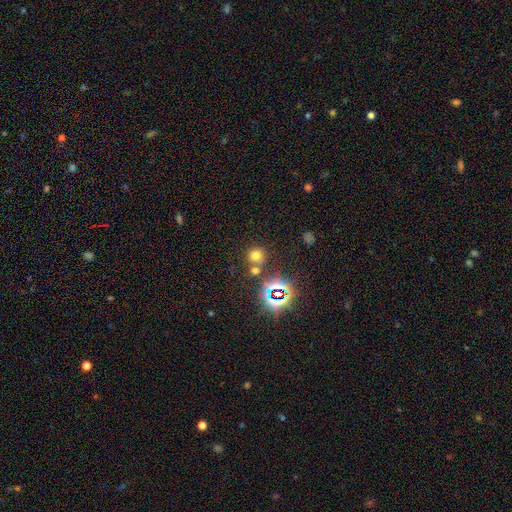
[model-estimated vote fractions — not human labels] Smooth or featured?
  - smooth: 64% *
  - star or artifact: 28%
  - featured or disk: 8%
How rounded?
  - round: 87% *
  - in between: 12%
  - cigar-shaped: 1%
Merging?
  - none: 67% *
  - merger: 21%
  - minor disturbance: 9%
  - major disturbance: 4%